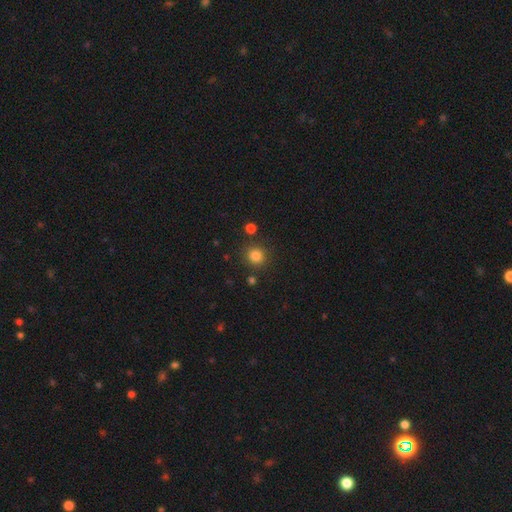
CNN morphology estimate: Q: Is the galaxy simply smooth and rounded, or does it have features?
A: smooth — 83%.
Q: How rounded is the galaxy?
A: round — 90%.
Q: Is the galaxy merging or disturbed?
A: none — 85%.